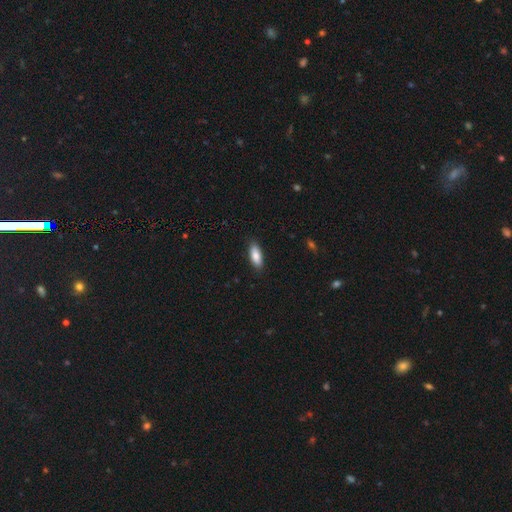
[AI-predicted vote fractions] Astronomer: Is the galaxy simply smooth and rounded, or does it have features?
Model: smooth — 85%.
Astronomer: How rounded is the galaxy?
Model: in between — 74%.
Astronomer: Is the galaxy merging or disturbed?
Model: none — 87%.